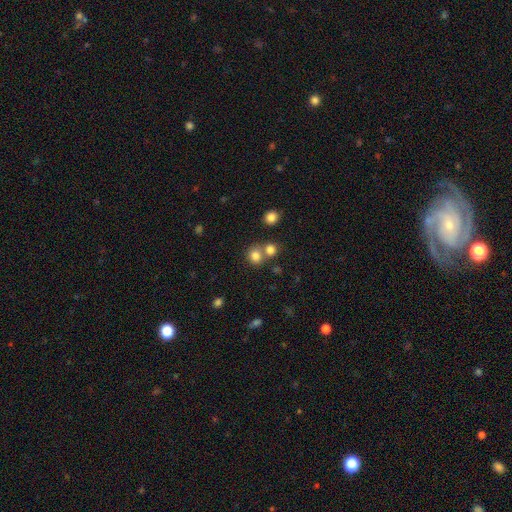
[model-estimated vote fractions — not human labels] The model was most divided on "merging": none: 56%, merger: 33%, minor disturbance: 8%, major disturbance: 3%. More confident: how rounded — round (81%); smooth or featured — smooth (80%).